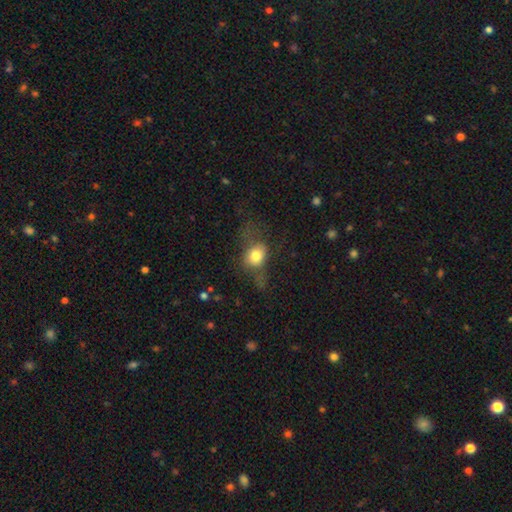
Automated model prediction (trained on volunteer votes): Smooth or featured?
  - smooth: 72% *
  - featured or disk: 18%
  - star or artifact: 10%
How rounded?
  - in between: 54% *
  - round: 44%
  - cigar-shaped: 2%
Merging?
  - none: 39% *
  - major disturbance: 34%
  - minor disturbance: 25%
  - merger: 3%